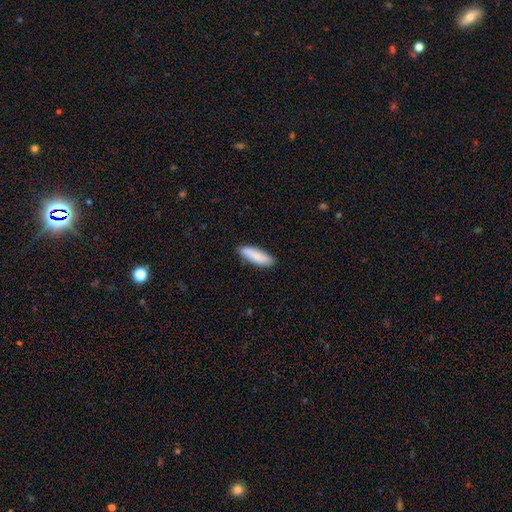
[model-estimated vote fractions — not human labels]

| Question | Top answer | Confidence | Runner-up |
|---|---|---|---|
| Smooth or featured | smooth | 85% | featured or disk (9%) |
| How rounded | in between | 50% | cigar-shaped (48%) |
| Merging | none | 87% | minor disturbance (10%) |